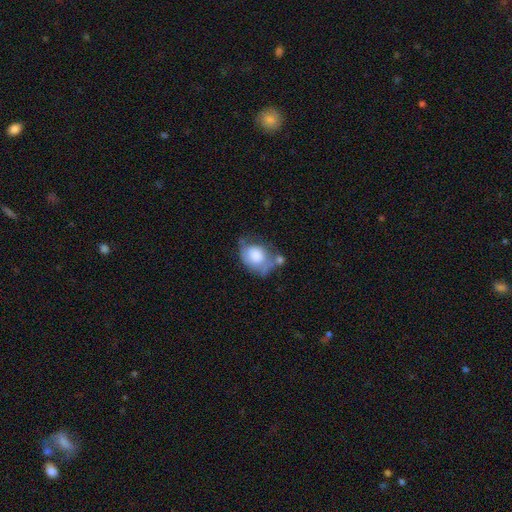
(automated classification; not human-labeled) Smooth or featured? smooth (62%)
How rounded? in between (64%)
Merging? minor disturbance (31%)